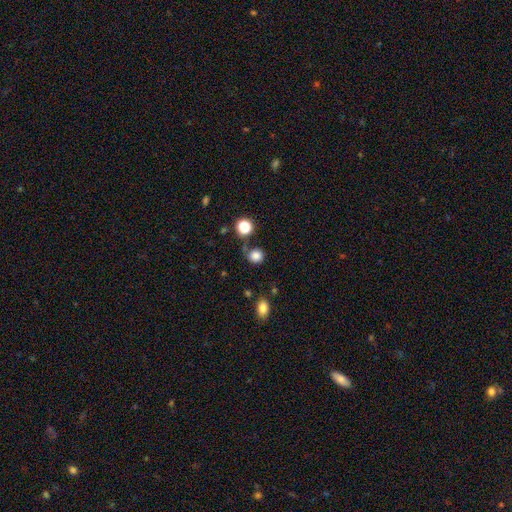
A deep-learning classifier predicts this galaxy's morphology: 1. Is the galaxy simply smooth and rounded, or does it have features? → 82% smooth, 12% star or artifact, 5% featured or disk.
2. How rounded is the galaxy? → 83% round, 16% in between, 1% cigar-shaped.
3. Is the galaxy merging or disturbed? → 71% none, 16% minor disturbance, 7% merger, 6% major disturbance.